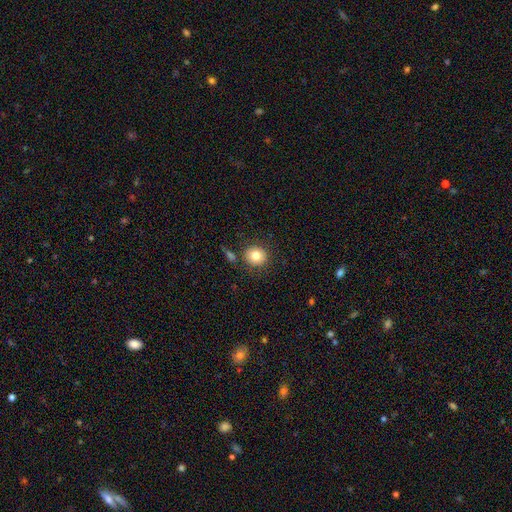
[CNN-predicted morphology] smooth_or_featured: smooth (p=0.81) [alt: star or artifact p=0.10]
how_rounded: round (p=0.87) [alt: in between p=0.12]
merging: none (p=0.82) [alt: minor disturbance p=0.09]